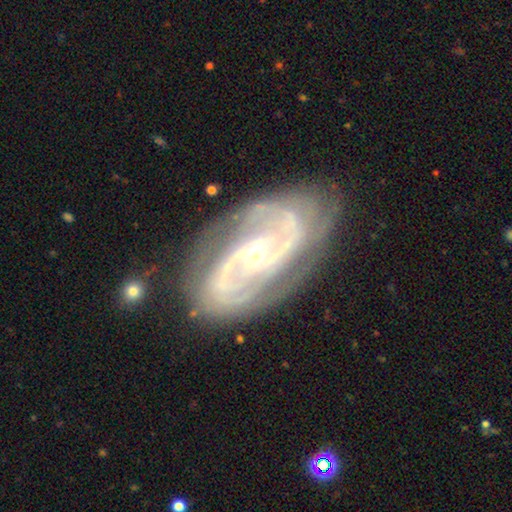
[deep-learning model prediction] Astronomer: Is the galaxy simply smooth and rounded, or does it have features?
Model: featured or disk — 90%.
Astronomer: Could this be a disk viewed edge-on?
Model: no — 96%.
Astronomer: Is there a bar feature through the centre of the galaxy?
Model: no — 50% (runner-up: weak, 31%).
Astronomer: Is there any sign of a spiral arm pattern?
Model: yes — 97%.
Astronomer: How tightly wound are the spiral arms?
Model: medium — 45% (runner-up: tight, 44%).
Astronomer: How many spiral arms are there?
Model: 2 — 65%.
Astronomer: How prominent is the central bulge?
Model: small — 72%.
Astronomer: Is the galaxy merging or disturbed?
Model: none — 75%.